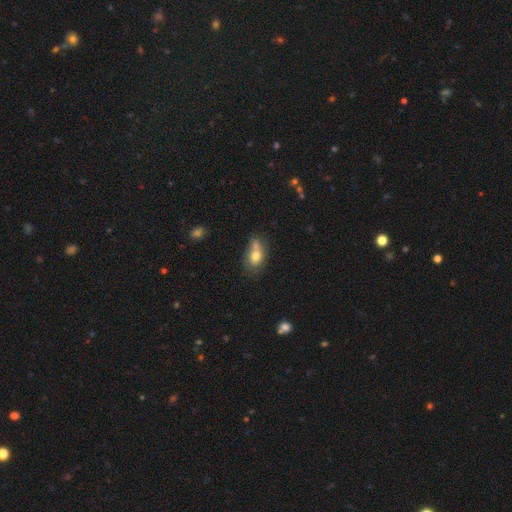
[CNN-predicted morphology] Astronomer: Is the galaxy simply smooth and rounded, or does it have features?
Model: smooth — 73%.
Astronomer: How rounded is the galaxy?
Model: in between — 71%.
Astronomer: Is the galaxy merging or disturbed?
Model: merger — 38% (runner-up: none, 35%).